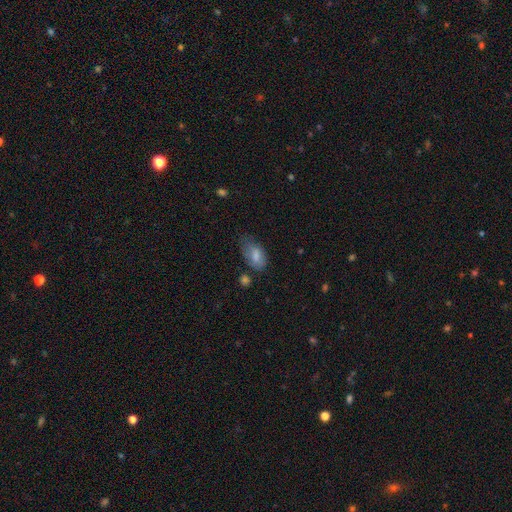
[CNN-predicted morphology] smooth_or_featured: smooth (p=0.78) [alt: featured or disk p=0.14]
how_rounded: in between (p=0.91) [alt: round p=0.06]
merging: none (p=0.47) [alt: minor disturbance p=0.35]